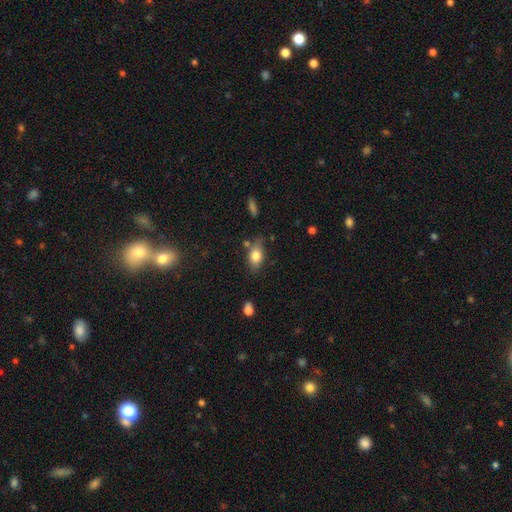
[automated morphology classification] Smooth or featured: smooth — 76% (featured or disk — 16%)
How rounded: in between — 84% (round — 10%)
Merging: none — 67% (minor disturbance — 22%)